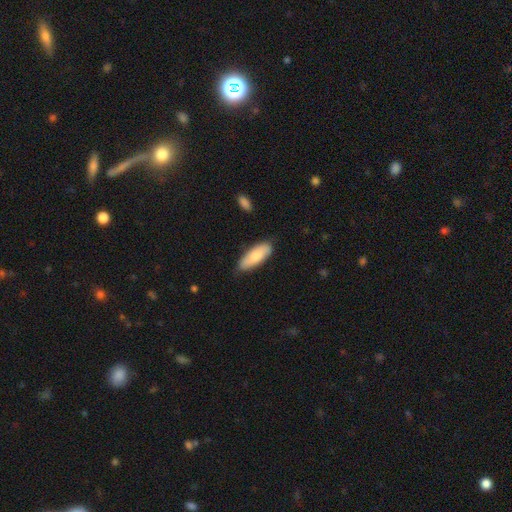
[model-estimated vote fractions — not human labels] smooth_or_featured: smooth (p=0.79) [alt: featured or disk p=0.16]
how_rounded: in between (p=0.72) [alt: cigar-shaped p=0.26]
merging: none (p=0.78) [alt: minor disturbance p=0.17]